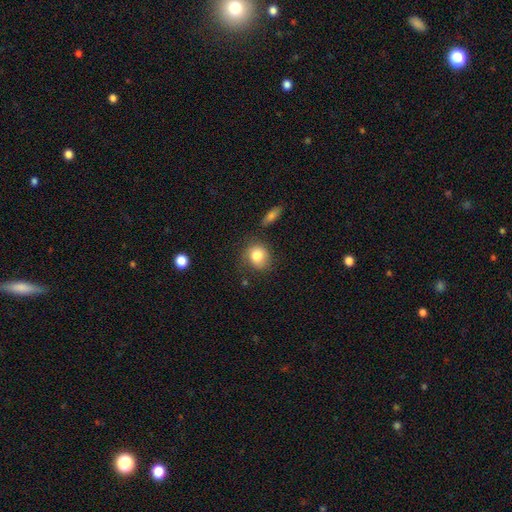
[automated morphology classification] smooth_or_featured: smooth (p=0.83) [alt: featured or disk p=0.09]
how_rounded: round (p=0.73) [alt: in between p=0.26]
merging: none (p=0.71) [alt: minor disturbance p=0.19]